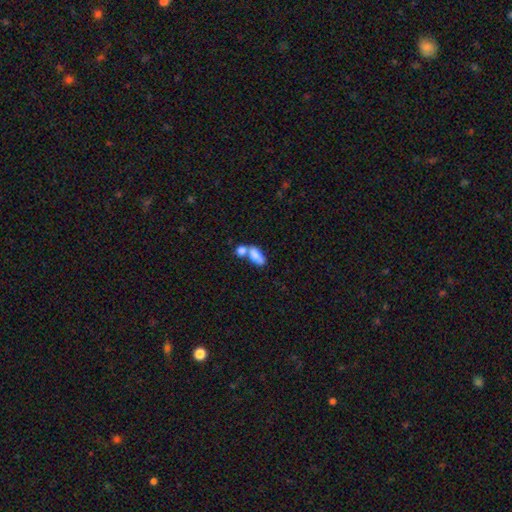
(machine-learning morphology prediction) smooth 77%, featured or disk 15%, star or artifact 8%. Down the decision tree: how rounded — in between (85%); merging — merger (58%).